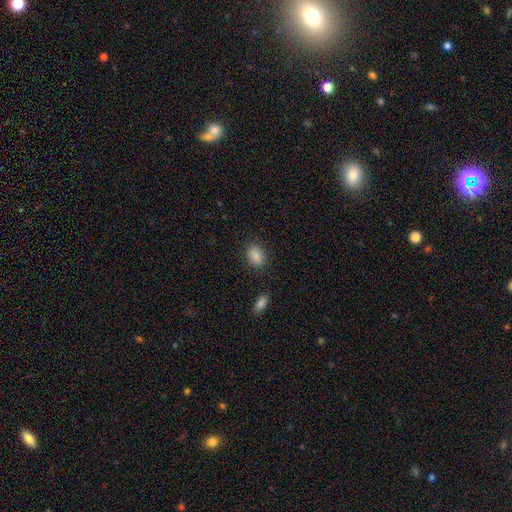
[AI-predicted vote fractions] Smooth or featured: smooth — 88% (star or artifact — 8%)
How rounded: in between — 78% (round — 20%)
Merging: none — 84% (minor disturbance — 11%)